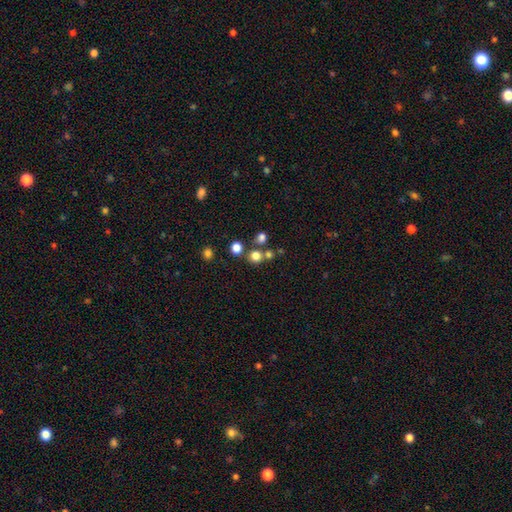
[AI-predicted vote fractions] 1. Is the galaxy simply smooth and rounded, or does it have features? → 75% smooth, 18% star or artifact, 8% featured or disk.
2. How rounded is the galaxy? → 88% round, 11% in between, 1% cigar-shaped.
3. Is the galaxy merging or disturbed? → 65% none, 24% merger, 7% minor disturbance, 4% major disturbance.